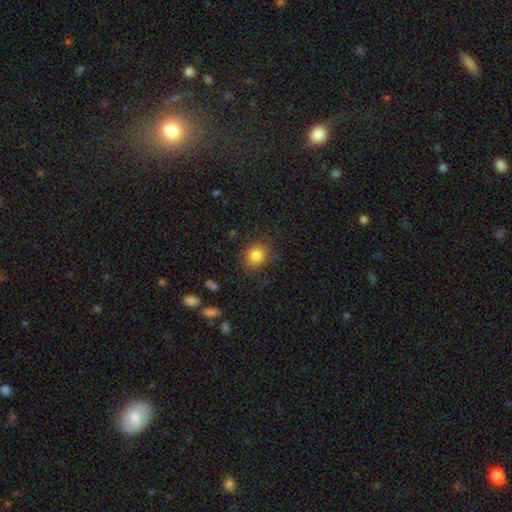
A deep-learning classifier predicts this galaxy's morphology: type=smooth (83%); roundness=round (77%); merging=none (85%).